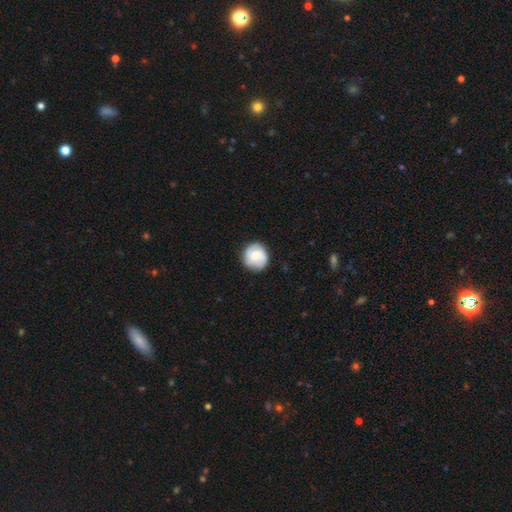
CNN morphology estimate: This is likely a smooth galaxy (64%). How rounded: clearly round (90%). Merging: clearly none (81%).